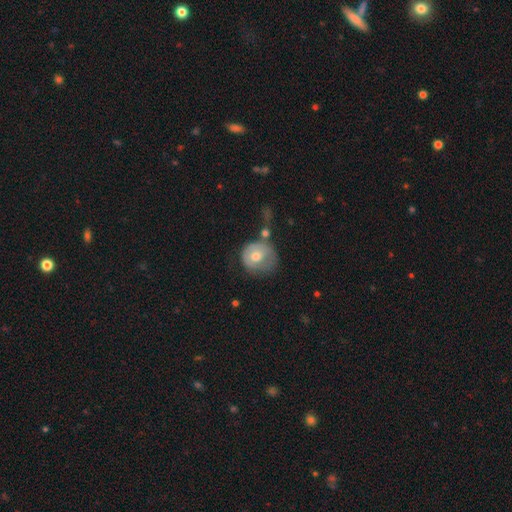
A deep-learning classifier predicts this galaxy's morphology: Smooth or featured: smooth — 59% (featured or disk — 34%)
How rounded: round — 79% (in between — 20%)
Merging: none — 45% (minor disturbance — 28%)